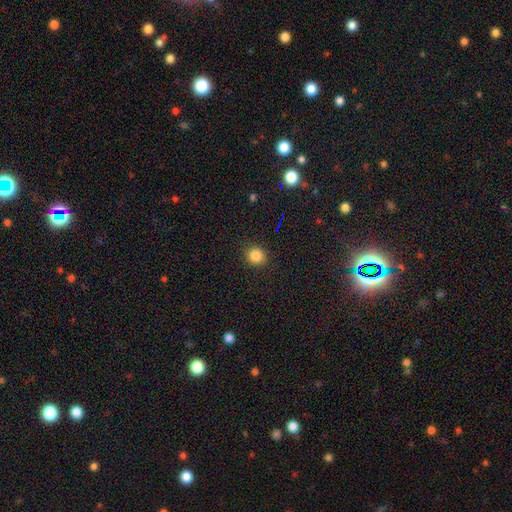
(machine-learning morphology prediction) A smooth galaxy with no disk features (83%) that is round (86%). Merging: none (89%).